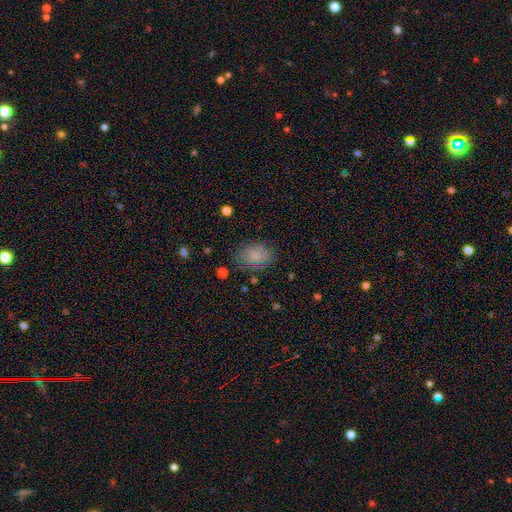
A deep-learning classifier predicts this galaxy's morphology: type=smooth (79%); roundness=in between (70%); merging=none (75%).